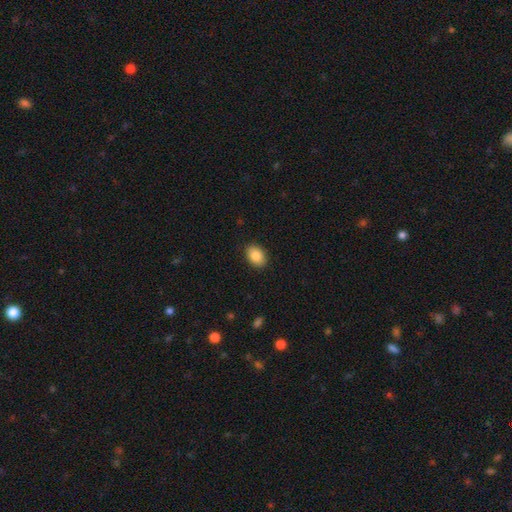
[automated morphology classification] smooth_or_featured: smooth (p=0.86) [alt: star or artifact p=0.07]
how_rounded: in between (p=0.78) [alt: round p=0.21]
merging: none (p=0.89) [alt: minor disturbance p=0.08]